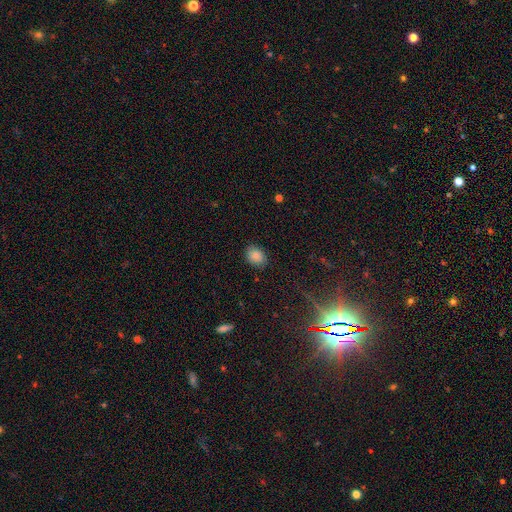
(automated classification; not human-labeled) Q: Smooth or featured?
A: smooth (85%); runner-up: star or artifact (10%)
Q: How rounded?
A: in between (55%); runner-up: round (44%)
Q: Merging?
A: none (83%); runner-up: minor disturbance (13%)